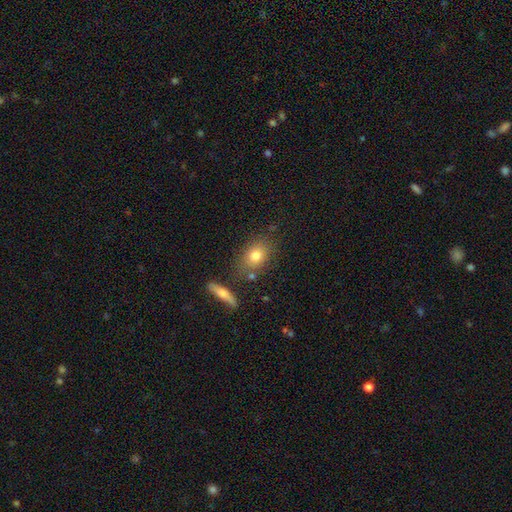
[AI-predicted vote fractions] This is likely a smooth galaxy (77%). How rounded: likely in between (65%). Merging: likely none (73%).